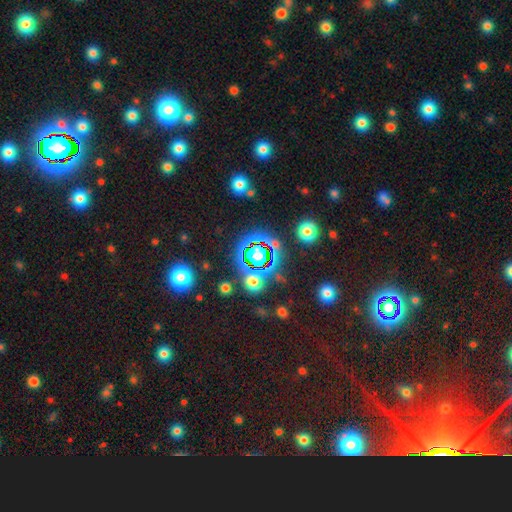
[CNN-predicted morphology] A star or artifact, not a galaxy (77%).

Vote fractions:
- Smooth or featured? star or artifact: 77% / smooth: 15% / featured or disk: 8%